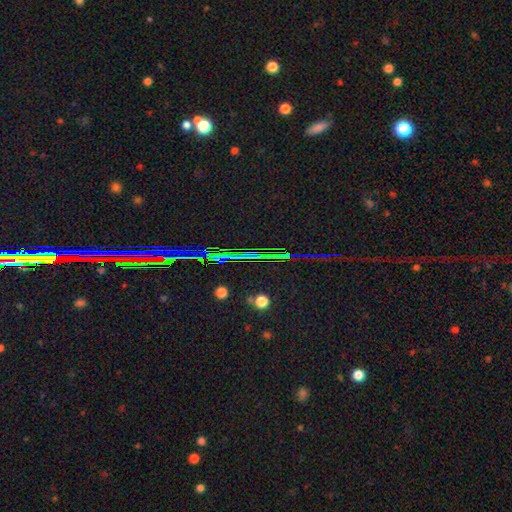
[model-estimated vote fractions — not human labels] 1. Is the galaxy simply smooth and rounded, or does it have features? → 79% star or artifact, 11% smooth, 10% featured or disk.